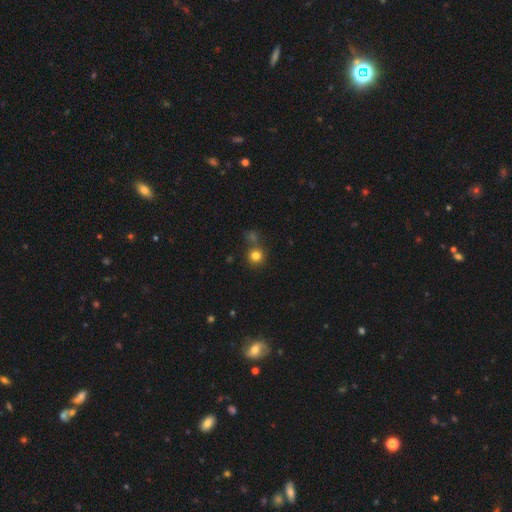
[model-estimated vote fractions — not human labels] Overall: smooth (80%). How rounded: round (91%). Merging: none (69%).